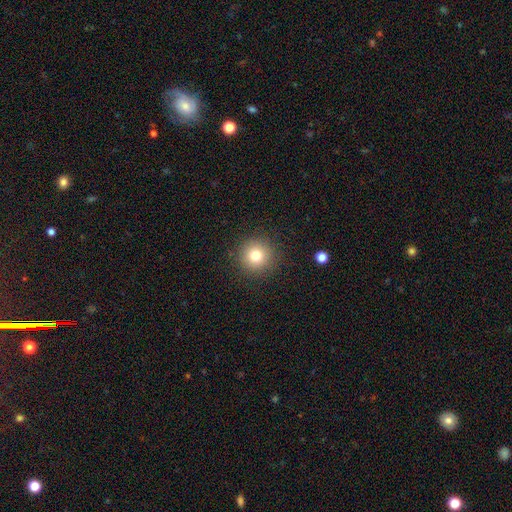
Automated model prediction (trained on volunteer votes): smooth_or_featured: smooth (p=0.78) [alt: star or artifact p=0.13]
how_rounded: round (p=0.96) [alt: in between p=0.04]
merging: none (p=0.91) [alt: minor disturbance p=0.06]